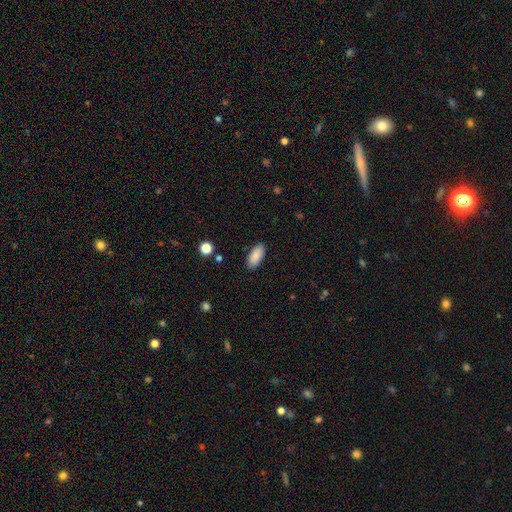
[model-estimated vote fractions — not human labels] This is clearly a smooth galaxy (89%). How rounded: clearly in between (91%). Merging: clearly none (89%).